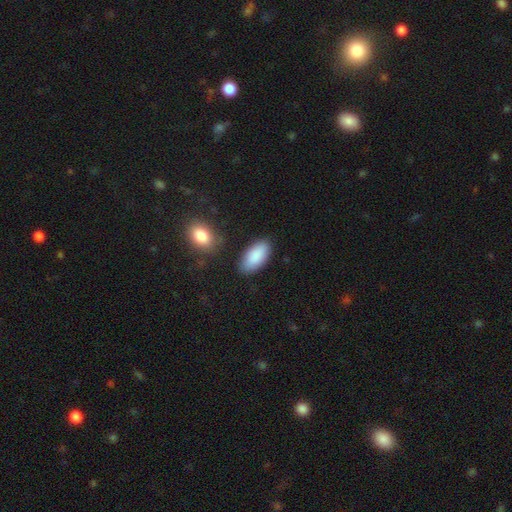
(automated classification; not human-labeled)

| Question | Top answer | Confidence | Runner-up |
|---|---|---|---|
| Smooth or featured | smooth | 89% | star or artifact (6%) |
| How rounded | in between | 93% | cigar-shaped (5%) |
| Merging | none | 82% | minor disturbance (12%) |